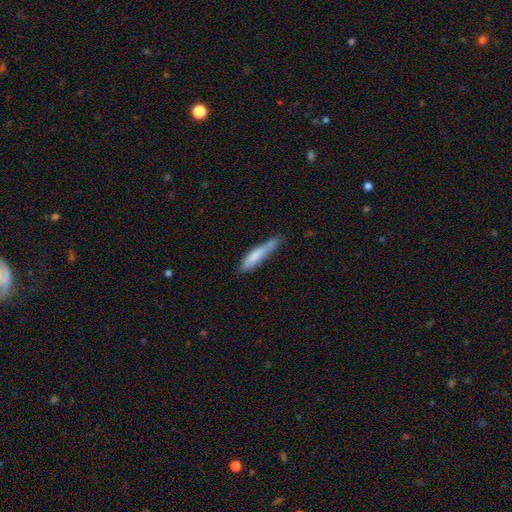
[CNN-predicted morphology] A smooth galaxy with no disk features (75%) that is cigar-shaped (84%).

Vote fractions:
- Smooth or featured? smooth: 75% / featured or disk: 20% / star or artifact: 6%
- How rounded? cigar-shaped: 84% / in between: 14% / round: 1%
- Merging? none: 52% / minor disturbance: 33% / major disturbance: 9% / merger: 6%